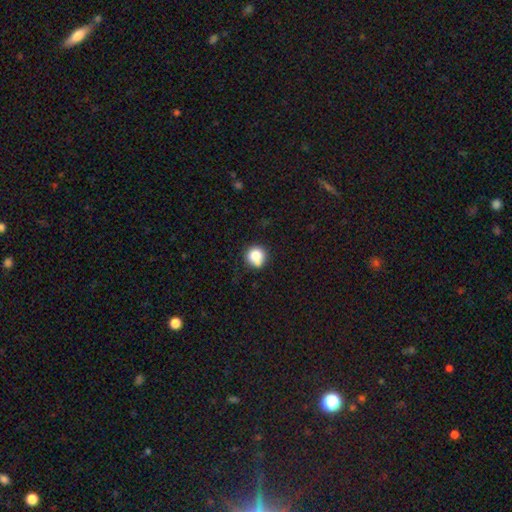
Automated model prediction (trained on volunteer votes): A smooth galaxy with no disk features (82%) that is round (92%). Merging: none (67%).